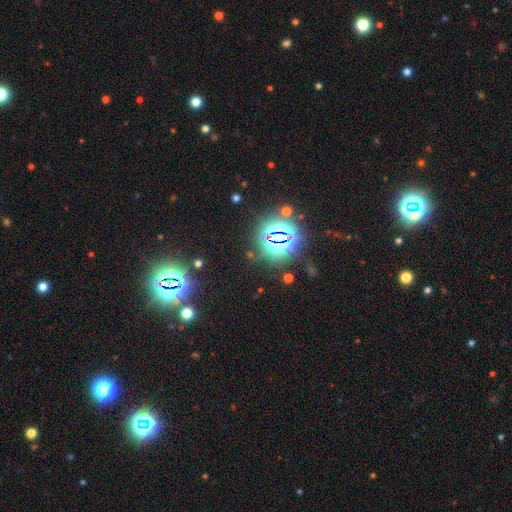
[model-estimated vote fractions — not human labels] This is clearly a star or artifact rather than a galaxy (83%).